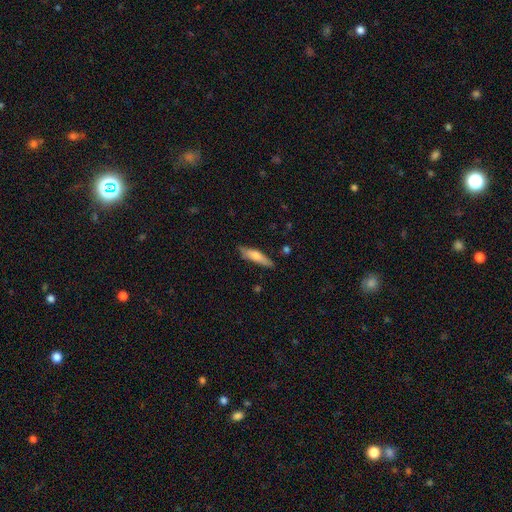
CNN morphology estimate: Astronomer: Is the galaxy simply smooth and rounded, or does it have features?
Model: smooth — 64%.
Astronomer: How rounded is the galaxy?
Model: cigar-shaped — 75%.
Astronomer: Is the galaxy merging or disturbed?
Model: none — 81%.